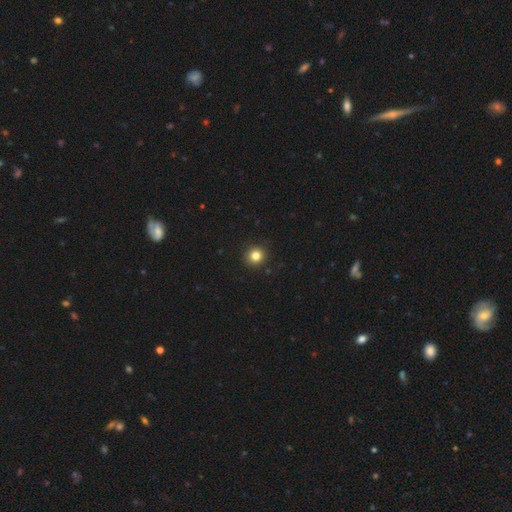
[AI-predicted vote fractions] The model was most divided on "smooth or featured": smooth: 83%, star or artifact: 12%, featured or disk: 5%. More confident: how rounded — round (94%); merging — none (92%).